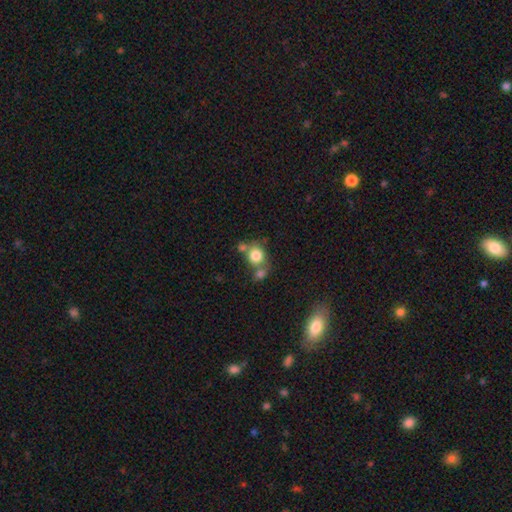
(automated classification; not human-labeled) smooth 79%, featured or disk 10%, star or artifact 10%. Down the decision tree: how rounded — round (78%); merging — none (48%).